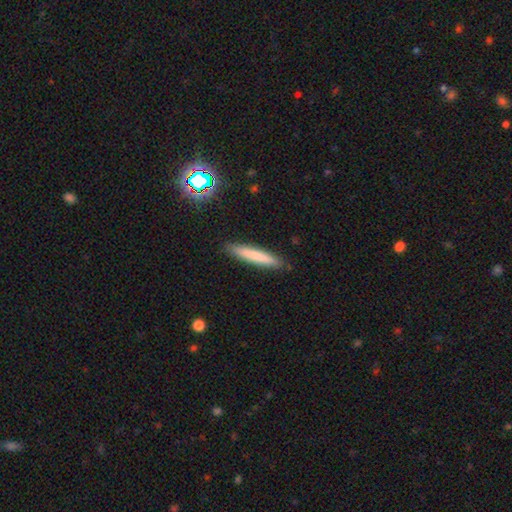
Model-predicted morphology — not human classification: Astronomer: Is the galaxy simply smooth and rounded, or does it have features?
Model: smooth — 76%.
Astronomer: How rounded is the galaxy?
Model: cigar-shaped — 93%.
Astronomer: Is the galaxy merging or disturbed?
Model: none — 90%.